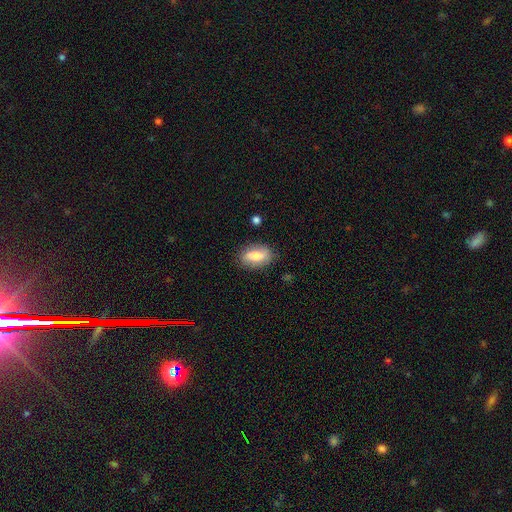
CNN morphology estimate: This is likely a smooth galaxy (64%). How rounded: clearly in between (86%). Merging: clearly none (82%).